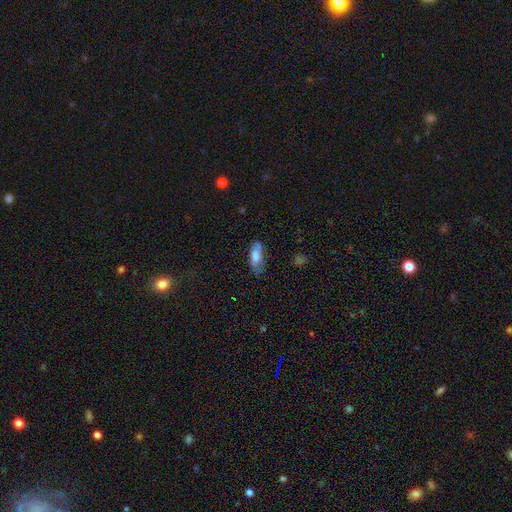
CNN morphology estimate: smooth 73%, featured or disk 20%, star or artifact 7%. Down the decision tree: how rounded — in between (80%); merging — none (65%).